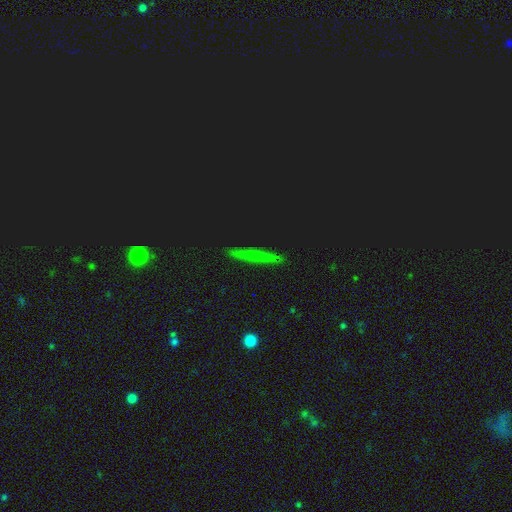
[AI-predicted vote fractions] Overall: smooth (51%; star or artifact 25%). How rounded: cigar-shaped (90%). Merging: none (90%).